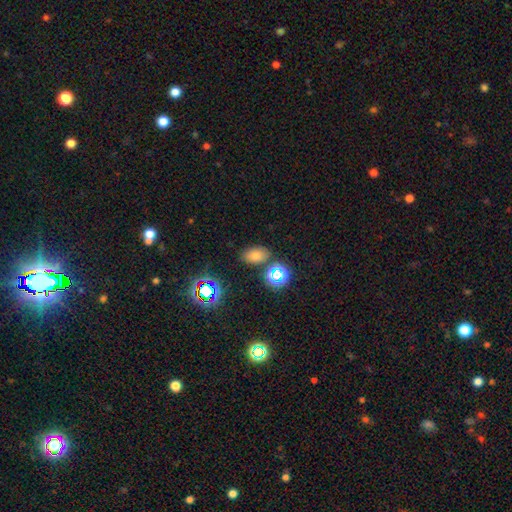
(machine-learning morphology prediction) smooth-or-featured: smooth: 62% | star or artifact: 28% | featured or disk: 10%
  how-rounded: in between: 80% | round: 18% | cigar-shaped: 2%
  merging: none: 80% | minor disturbance: 10% | merger: 7% | major disturbance: 3%